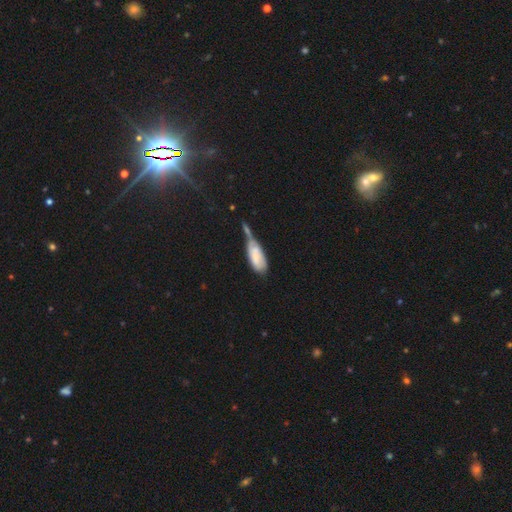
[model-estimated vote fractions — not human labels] A smooth galaxy with no disk features (69%) that is in between round and cigar-shaped (81%).

Vote fractions:
- Smooth or featured? smooth: 69% / featured or disk: 25% / star or artifact: 7%
- How rounded? in between: 81% / cigar-shaped: 17% / round: 2%
- Merging? merger: 36% / minor disturbance: 26% / none: 20% / major disturbance: 18%